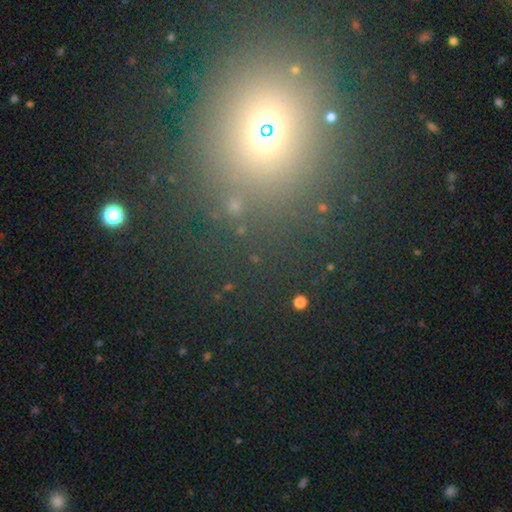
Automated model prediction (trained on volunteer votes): A star or artifact, not a galaxy (53%).